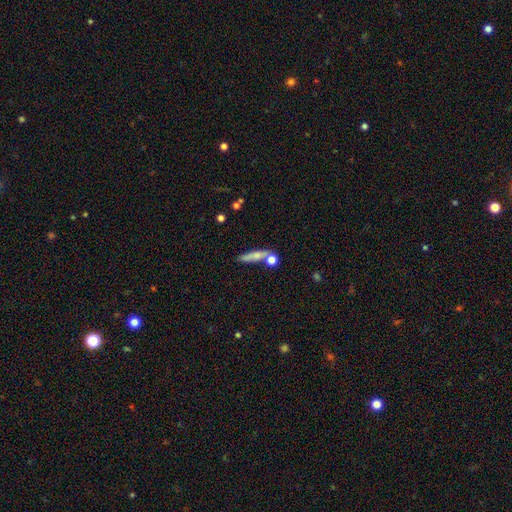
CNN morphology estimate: smooth_or_featured: smooth (p=0.66) [alt: featured or disk p=0.25]
how_rounded: cigar-shaped (p=0.76) [alt: in between p=0.17]
merging: none (p=0.63) [alt: merger p=0.18]